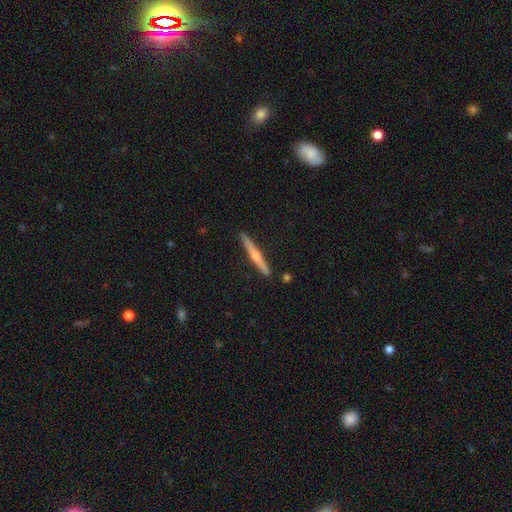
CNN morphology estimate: smooth-or-featured: featured or disk: 59% | smooth: 35% | star or artifact: 6%
  disk-edge-on: yes: 98% | no: 2%
    edge-on-bulge: rounded: 76% | none: 18% | boxy: 6%
  merging: none: 90% | minor disturbance: 7% | merger: 2% | major disturbance: 1%